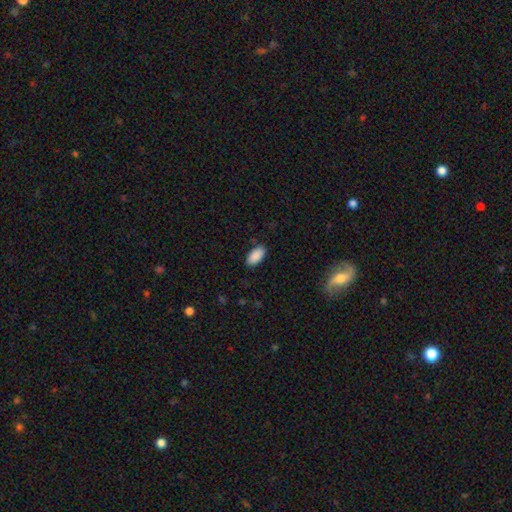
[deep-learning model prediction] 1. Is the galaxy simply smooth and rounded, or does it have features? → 90% smooth, 7% star or artifact, 3% featured or disk.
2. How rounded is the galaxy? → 93% in between, 4% cigar-shaped, 2% round.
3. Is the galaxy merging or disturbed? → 87% none, 10% minor disturbance, 2% major disturbance, 1% merger.